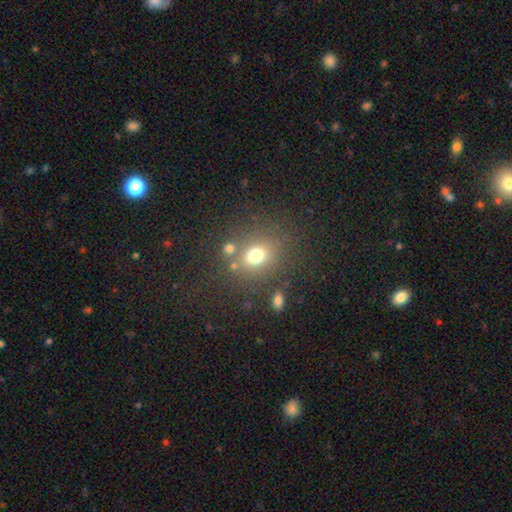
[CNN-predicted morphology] smooth_or_featured: smooth (p=0.71) [alt: star or artifact p=0.18]
how_rounded: round (p=0.67) [alt: in between p=0.32]
merging: none (p=0.73) [alt: minor disturbance p=0.11]